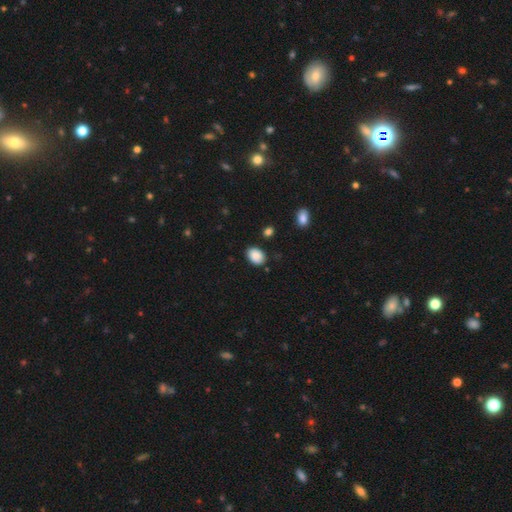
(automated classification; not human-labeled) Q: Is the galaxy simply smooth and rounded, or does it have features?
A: smooth — 88%.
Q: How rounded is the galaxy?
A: in between — 75%.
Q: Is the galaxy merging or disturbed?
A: none — 85%.